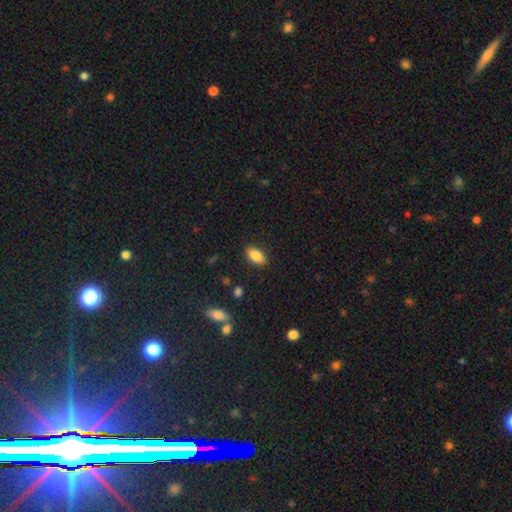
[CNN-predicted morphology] Smooth or featured? Predicted: smooth (p=0.84). How rounded? Predicted: in between (p=0.90). Merging? Predicted: none (p=0.88).